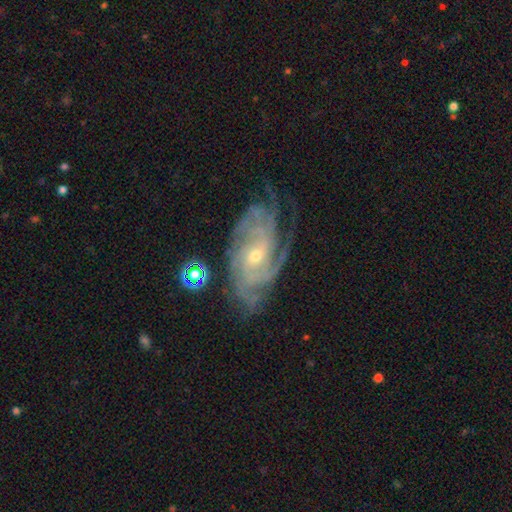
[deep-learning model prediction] The model was most divided on "spiral arm count": 4: 31%, can't tell: 21%, 3: 19%, more than 4: 13%, 2: 10%, 1: 6%. More confident: spiral arms — yes (98%); edge-on disk — no (96%); smooth or featured — featured or disk (89%); merging — none (72%); spiral winding — tight (70%); bulge size — small (66%); bar — no (62%).